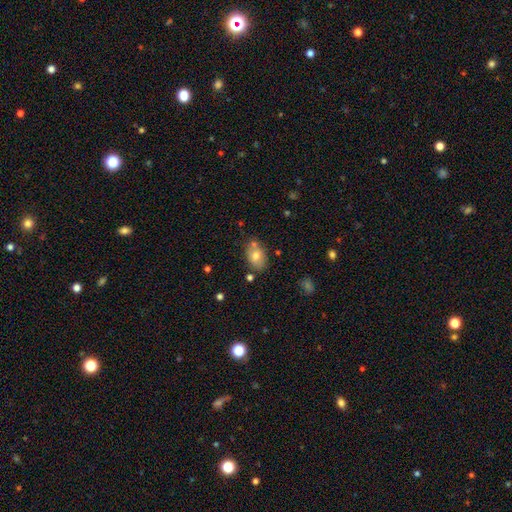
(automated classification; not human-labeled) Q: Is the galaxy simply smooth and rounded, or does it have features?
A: smooth — 74%.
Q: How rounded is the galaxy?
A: in between — 79%.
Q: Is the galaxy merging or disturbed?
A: none — 70%.